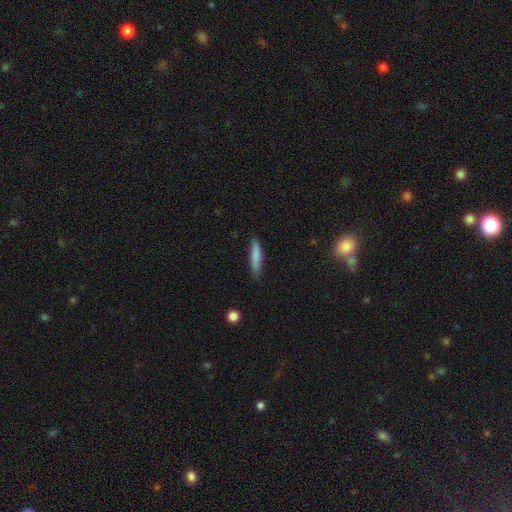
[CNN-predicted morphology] Q: Smooth or featured?
A: smooth (82%); runner-up: featured or disk (12%)
Q: How rounded?
A: cigar-shaped (79%); runner-up: in between (19%)
Q: Merging?
A: none (79%); runner-up: minor disturbance (17%)